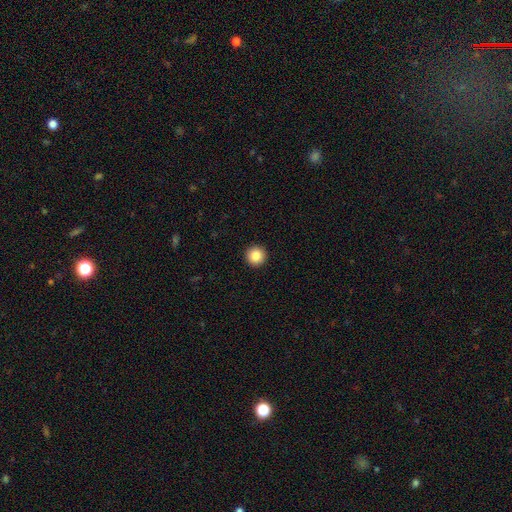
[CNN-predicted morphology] type=smooth (86%); roundness=round (96%); merging=none (94%).